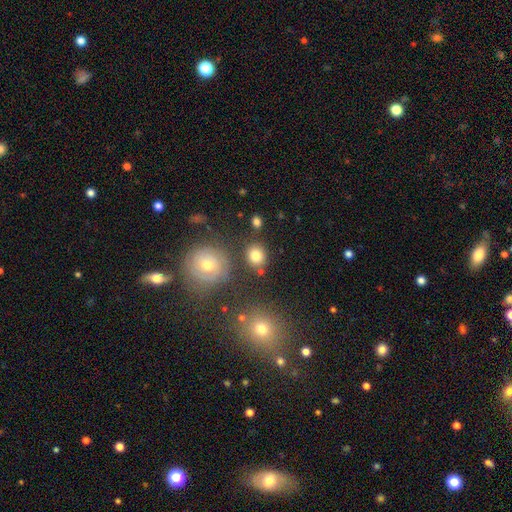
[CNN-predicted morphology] smooth_or_featured: smooth (p=0.79) [alt: star or artifact p=0.11]
how_rounded: round (p=0.72) [alt: in between p=0.27]
merging: none (p=0.79) [alt: minor disturbance p=0.10]